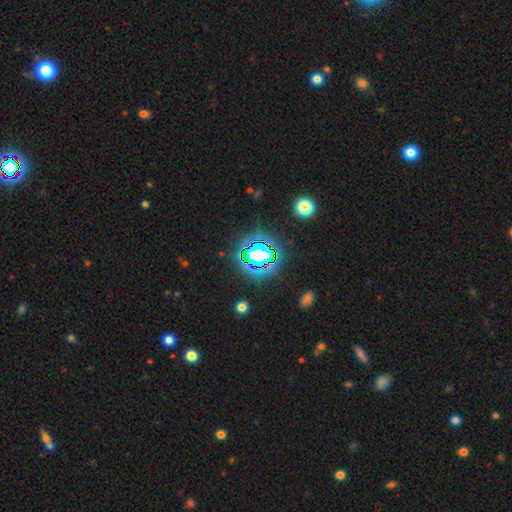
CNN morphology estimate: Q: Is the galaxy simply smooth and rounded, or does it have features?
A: star or artifact — 72%.